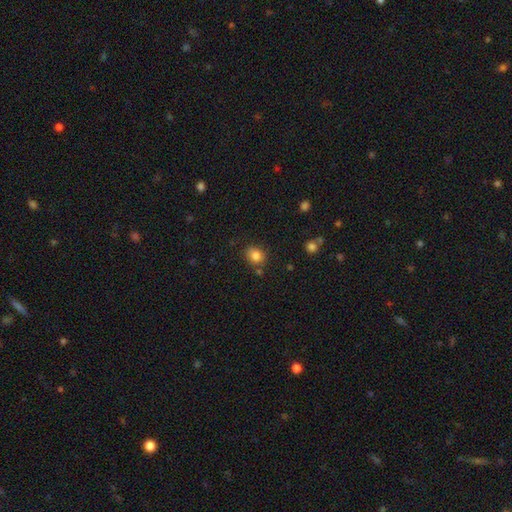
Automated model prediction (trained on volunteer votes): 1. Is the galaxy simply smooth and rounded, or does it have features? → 83% smooth, 11% star or artifact, 6% featured or disk.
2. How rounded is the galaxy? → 65% round, 34% in between, 1% cigar-shaped.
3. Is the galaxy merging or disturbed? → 78% none, 13% minor disturbance, 6% merger, 3% major disturbance.